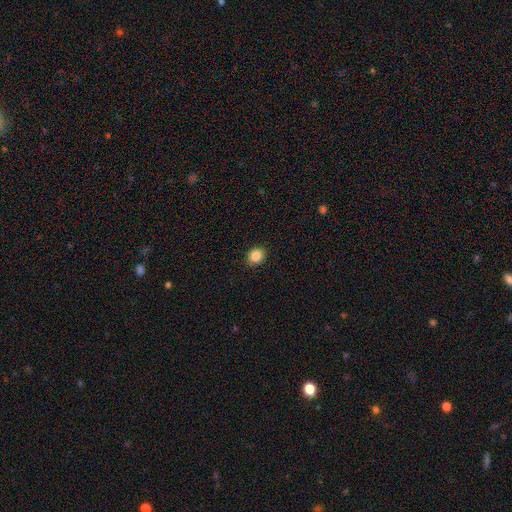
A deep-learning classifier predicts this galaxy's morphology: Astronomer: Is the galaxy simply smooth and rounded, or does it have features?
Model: smooth — 86%.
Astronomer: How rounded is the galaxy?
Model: round — 73%.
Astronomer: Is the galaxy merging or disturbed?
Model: none — 90%.